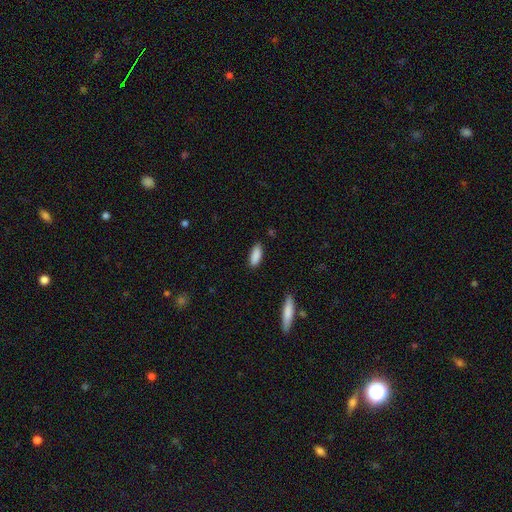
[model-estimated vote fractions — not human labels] Morphology: type=smooth (89%); roundness=in between (73%); merging=none (85%).